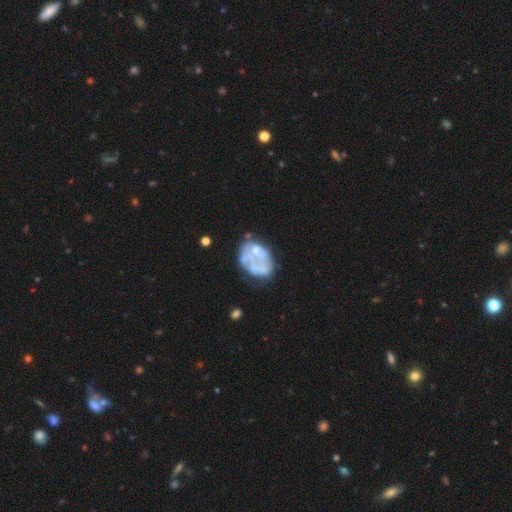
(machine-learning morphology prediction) Smooth or featured? featured or disk (60%)
Edge-on disk? no (98%)
Bar? no (92%)
Spiral arms? no (90%)
Bulge size? none (61%)
Merging? none (41%)